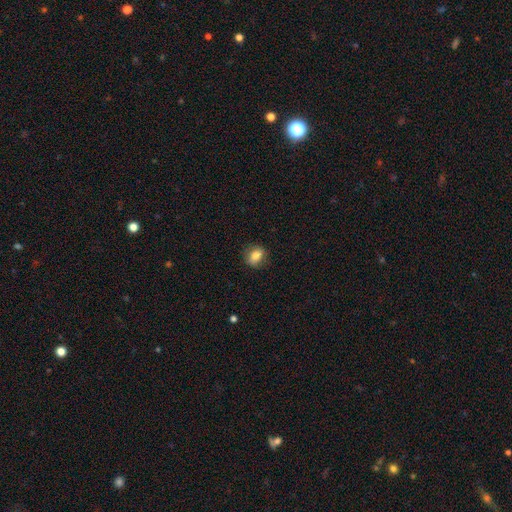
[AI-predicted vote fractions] Q: Smooth or featured?
A: smooth (80%); runner-up: featured or disk (11%)
Q: How rounded?
A: in between (63%); runner-up: round (34%)
Q: Merging?
A: none (82%); runner-up: minor disturbance (13%)